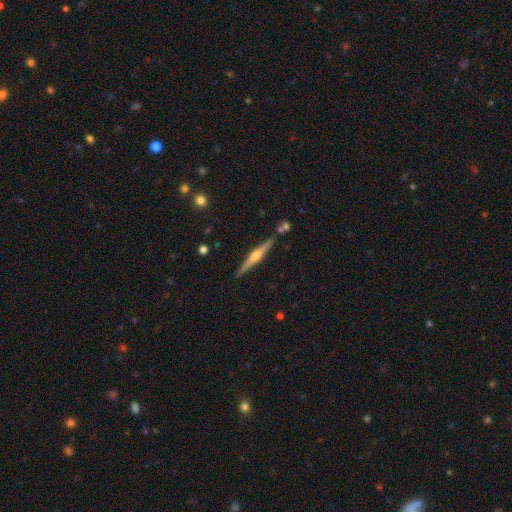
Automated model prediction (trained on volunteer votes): Q: Smooth or featured?
A: featured or disk (78%); runner-up: smooth (17%)
Q: Edge-on disk?
A: yes (98%); runner-up: no (2%)
Q: Edge-on bulge?
A: rounded (91%); runner-up: boxy (5%)
Q: Merging?
A: none (88%); runner-up: minor disturbance (8%)